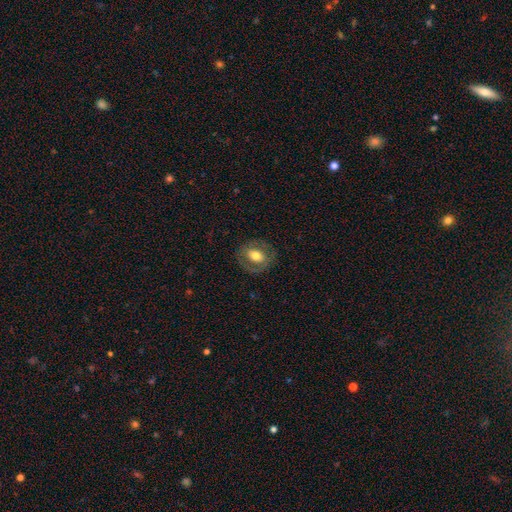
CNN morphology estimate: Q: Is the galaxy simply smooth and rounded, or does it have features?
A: smooth — 52%.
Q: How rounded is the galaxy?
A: in between — 50%.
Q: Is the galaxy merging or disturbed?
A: none — 79%.